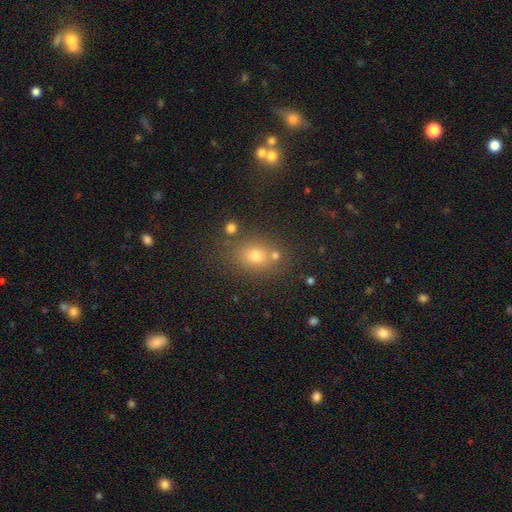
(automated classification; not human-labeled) smooth 69%, star or artifact 19%, featured or disk 12%. Down the decision tree: how rounded — in between (53%); merging — none (71%).